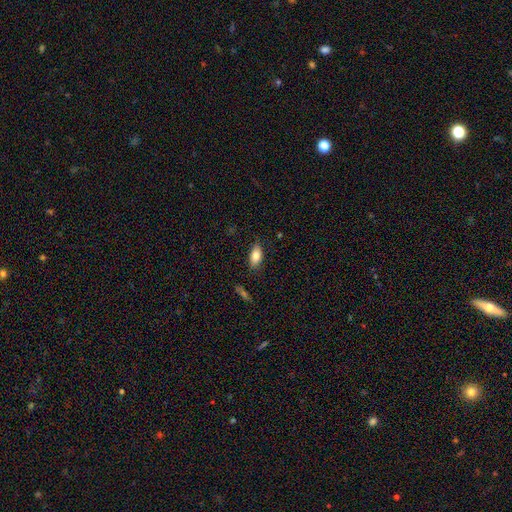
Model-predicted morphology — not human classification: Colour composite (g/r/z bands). It shows a smooth galaxy with no disk features (81%) that is in between round and cigar-shaped (89%). Merging: none (83%).